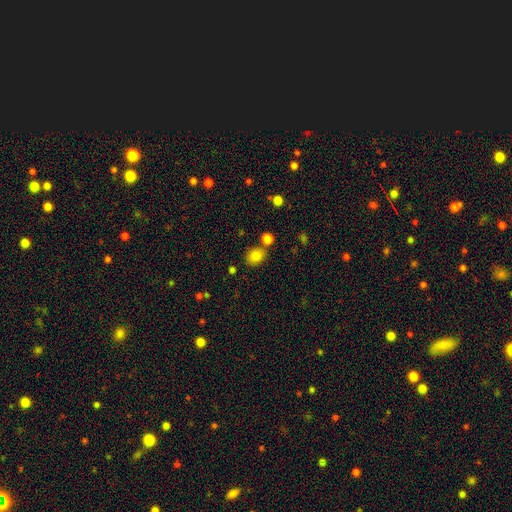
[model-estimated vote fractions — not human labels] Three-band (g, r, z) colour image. It shows a smooth galaxy with no disk features (82%) that is round (62%). Merging: none (74%).